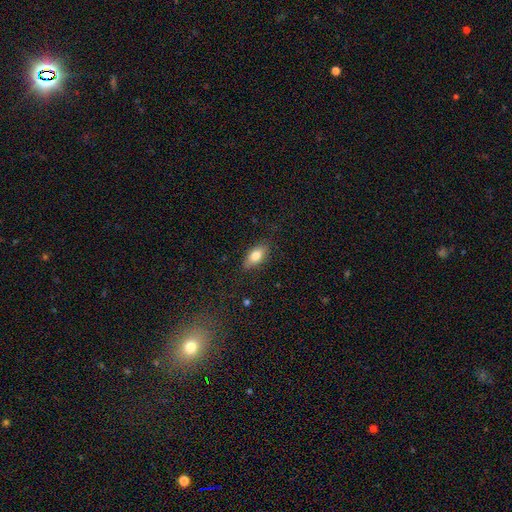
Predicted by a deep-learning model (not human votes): Smooth or featured? Predicted: smooth (p=0.79). How rounded? Predicted: in between (p=0.88). Merging? Predicted: none (p=0.83).